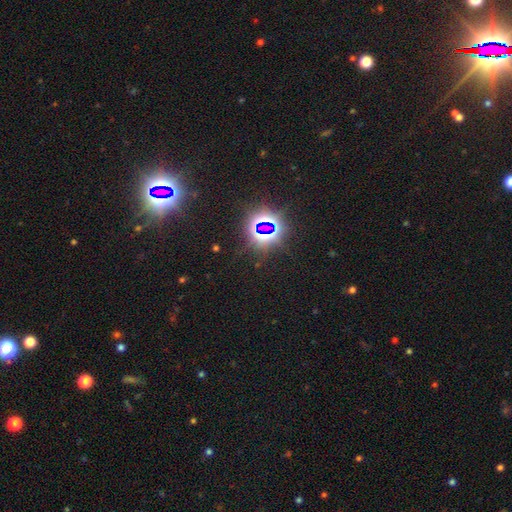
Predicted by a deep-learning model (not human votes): Smooth or featured?
  - star or artifact: 84% *
  - smooth: 10%
  - featured or disk: 7%